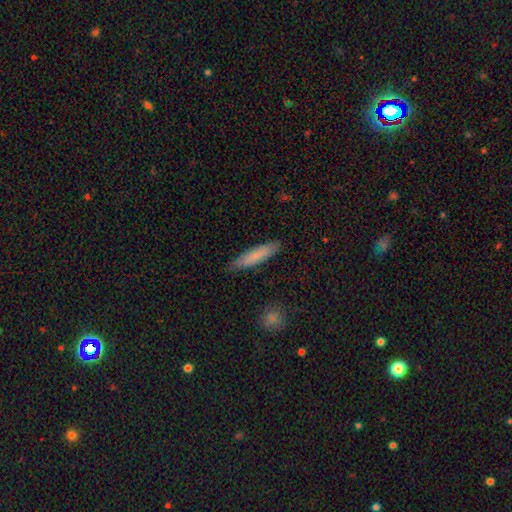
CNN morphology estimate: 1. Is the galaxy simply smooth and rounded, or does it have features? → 74% smooth, 20% featured or disk, 6% star or artifact.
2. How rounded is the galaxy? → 80% cigar-shaped, 19% in between, 2% round.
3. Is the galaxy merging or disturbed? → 84% none, 12% minor disturbance, 2% major disturbance, 1% merger.